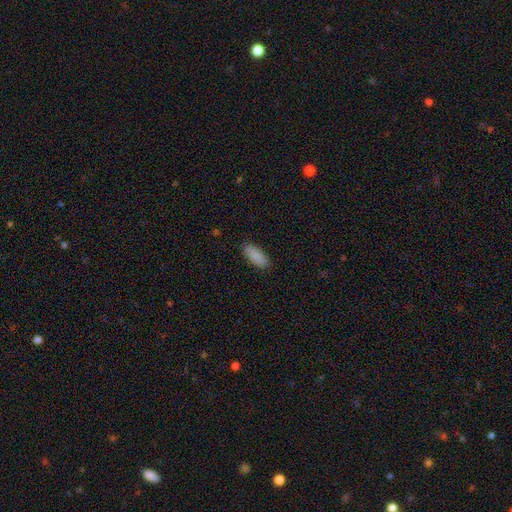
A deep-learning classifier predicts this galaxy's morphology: Smooth or featured? Predicted: smooth (p=0.90). How rounded? Predicted: in between (p=0.80). Merging? Predicted: none (p=0.89).